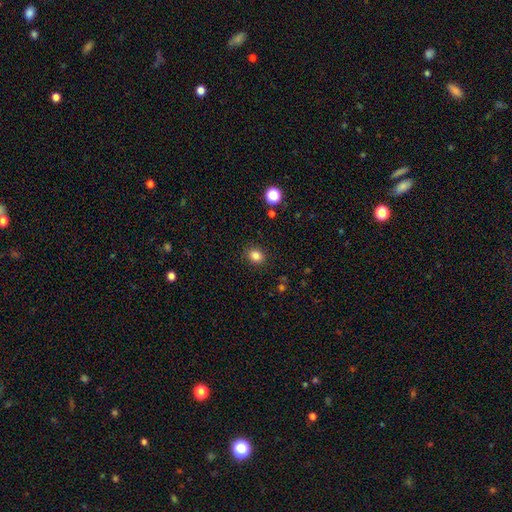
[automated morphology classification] A smooth galaxy with no disk features (84%) that is round (62%). Merging: none (89%).